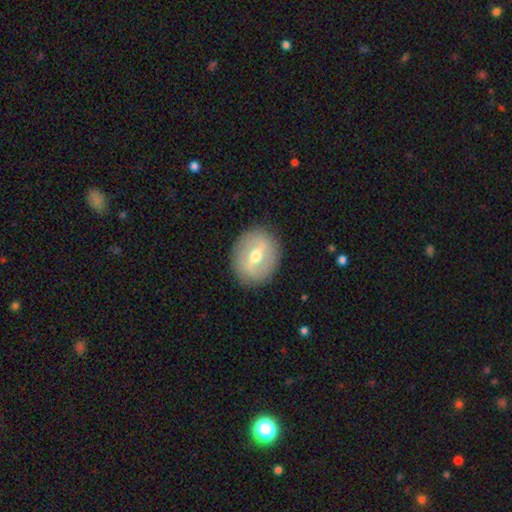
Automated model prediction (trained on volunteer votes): smooth_or_featured: featured or disk (p=0.60) [alt: smooth p=0.34]
disk_edge_on: no (p=0.93) [alt: yes p=0.07]
bar: weak (p=0.46) [alt: strong p=0.37]
has_spiral_arms: no (p=0.60) [alt: yes p=0.40]
bulge_size: moderate (p=0.76) [alt: small p=0.17]
merging: none (p=0.87) [alt: minor disturbance p=0.09]